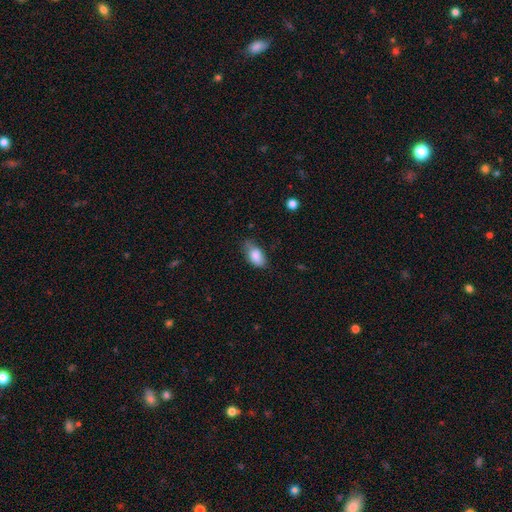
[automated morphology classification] Smooth or featured? smooth (84%)
How rounded? in between (91%)
Merging? none (56%)